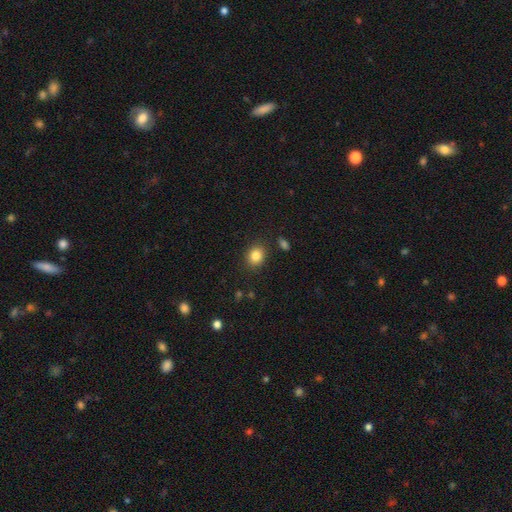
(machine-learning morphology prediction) smooth-or-featured: smooth: 83% | star or artifact: 10% | featured or disk: 6%
  how-rounded: round: 63% | in between: 36% | cigar-shaped: 1%
  merging: none: 87% | minor disturbance: 9% | major disturbance: 3% | merger: 2%